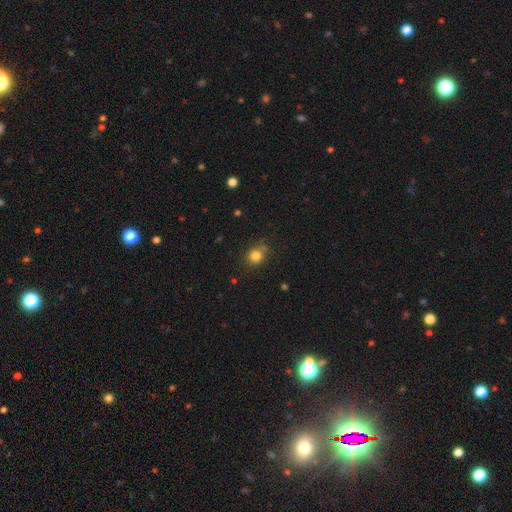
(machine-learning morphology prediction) Smooth or featured: smooth — 81% (star or artifact — 13%)
How rounded: round — 81% (in between — 18%)
Merging: none — 73% (minor disturbance — 16%)